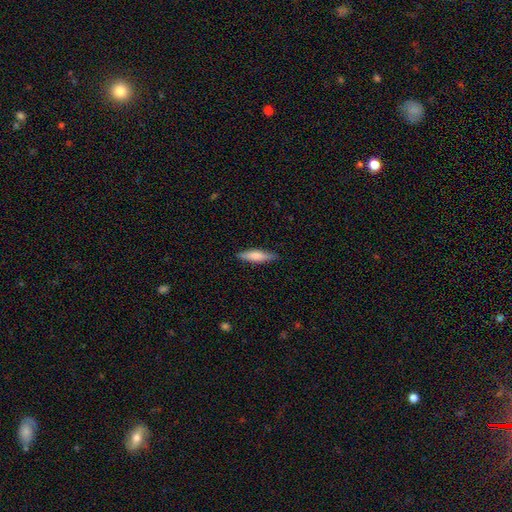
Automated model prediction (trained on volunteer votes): smooth 69%, featured or disk 26%, star or artifact 6%. Down the decision tree: how rounded — cigar-shaped (70%); merging — none (86%).